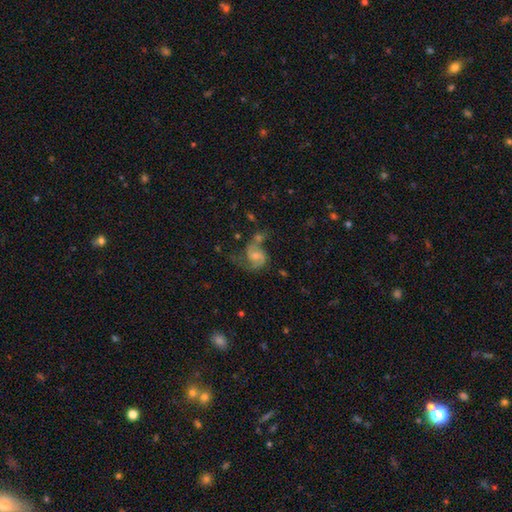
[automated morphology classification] This is likely a featured or disk galaxy (66%). It is clearly not viewed edge-on (98%). Bar: possibly no (49%). Spiral arm pattern: clearly yes (89%). Spiral arm count: likely 2 (79%). Spiral winding: possibly medium (46%). Central bulge: marginally moderate (42%). Merging: marginally none (32%).